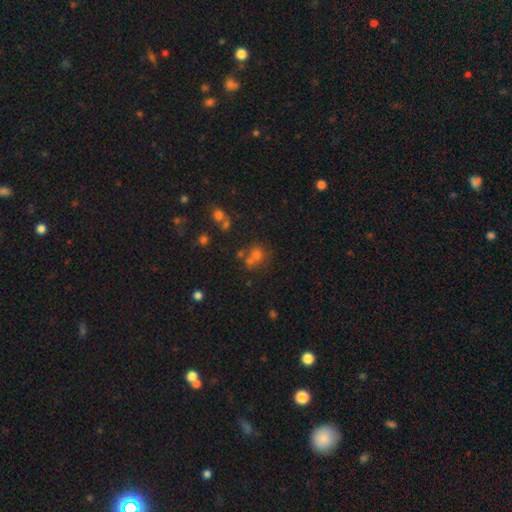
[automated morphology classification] Overall: smooth (57%; star or artifact 28%). How rounded: round (73%). Merging: none (54%; merger 27%).